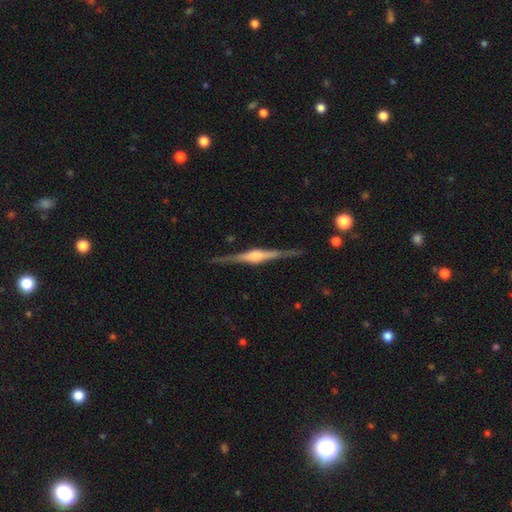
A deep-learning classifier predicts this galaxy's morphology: A featured or disk galaxy (86%) viewed edge-on (98%) with a rounded central bulge (79%).

Vote fractions:
- Smooth or featured? featured or disk: 86% / smooth: 9% / star or artifact: 5%
- Edge-on disk? yes: 98% / no: 2%
- Edge-on bulge? rounded: 79% / boxy: 17% / none: 4%
- Merging? none: 90% / minor disturbance: 8% / major disturbance: 2% / merger: 1%